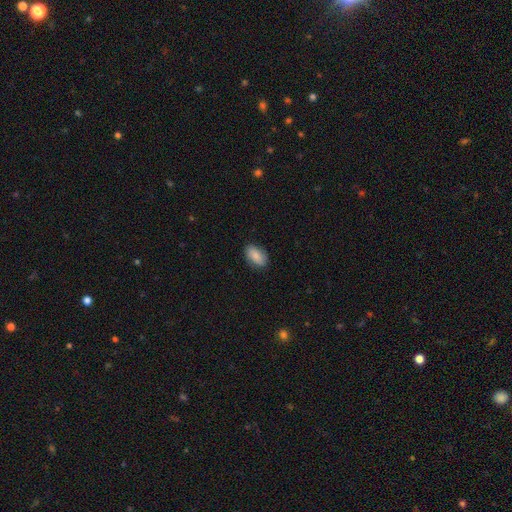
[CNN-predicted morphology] Smooth or featured? smooth (82%)
How rounded? in between (91%)
Merging? none (82%)